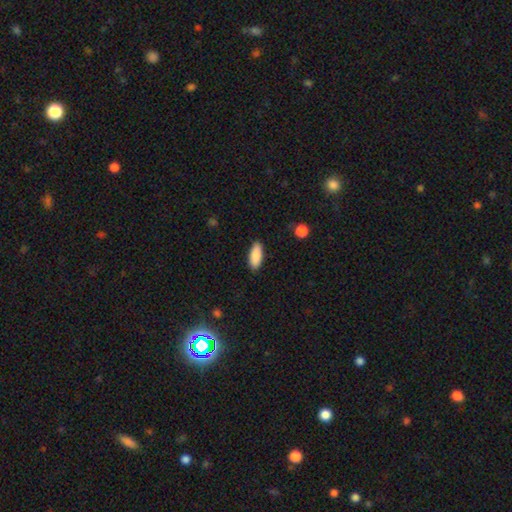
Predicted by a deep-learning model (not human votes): A smooth galaxy with no disk features (89%) that is in between round and cigar-shaped (80%).

Vote fractions:
- Smooth or featured? smooth: 89% / star or artifact: 6% / featured or disk: 5%
- How rounded? in between: 80% / cigar-shaped: 18% / round: 2%
- Merging? none: 88% / minor disturbance: 8% / major disturbance: 2% / merger: 1%